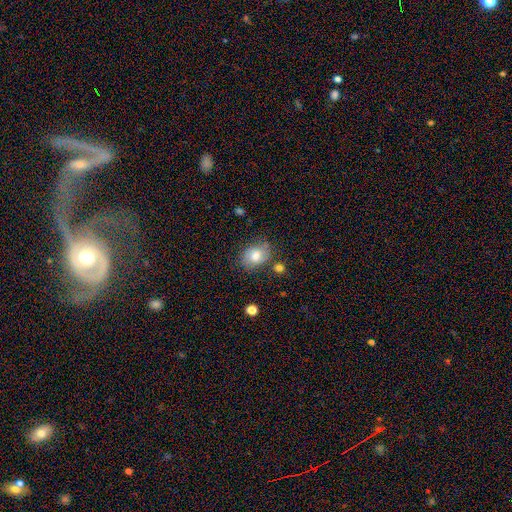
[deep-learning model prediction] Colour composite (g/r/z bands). It shows a smooth galaxy with no disk features (73%) that is in between round and cigar-shaped (59%). Merging: none (71%).